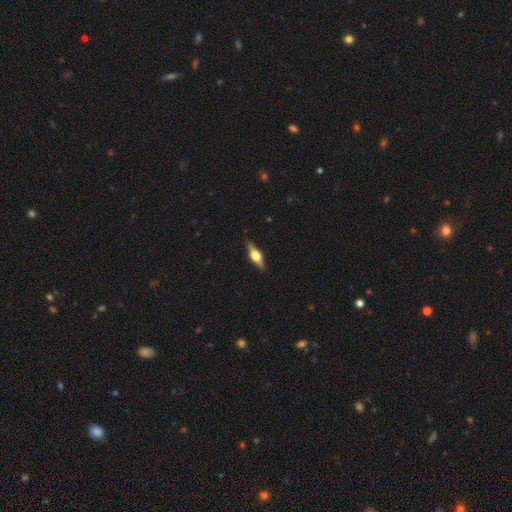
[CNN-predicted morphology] Overall: featured or disk (63%; smooth 30%). Edge-on disk: yes (95%). Edge-on bulge: rounded (92%). Merging: none (86%).